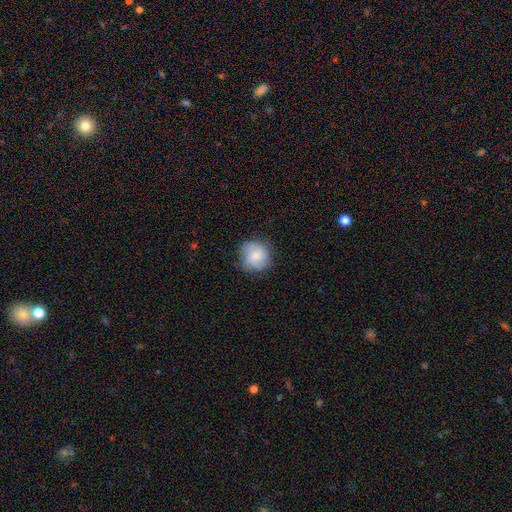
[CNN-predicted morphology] smooth 64%, featured or disk 28%, star or artifact 7%. Down the decision tree: how rounded — round (86%); merging — none (74%).